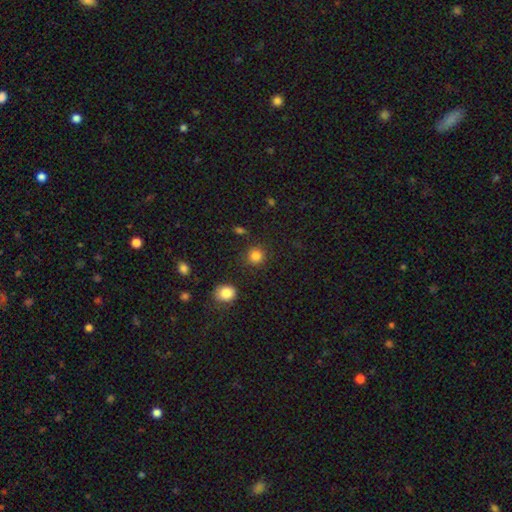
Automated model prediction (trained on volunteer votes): Smooth or featured?
  - smooth: 84% *
  - star or artifact: 12%
  - featured or disk: 4%
How rounded?
  - round: 91% *
  - in between: 8%
  - cigar-shaped: 1%
Merging?
  - none: 88% *
  - minor disturbance: 7%
  - merger: 3%
  - major disturbance: 3%